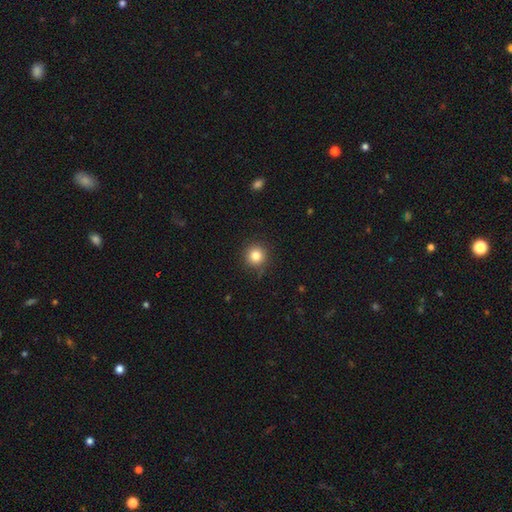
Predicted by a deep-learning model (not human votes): Smooth or featured: smooth — 82% (star or artifact — 11%)
How rounded: round — 95% (in between — 4%)
Merging: none — 89% (minor disturbance — 8%)